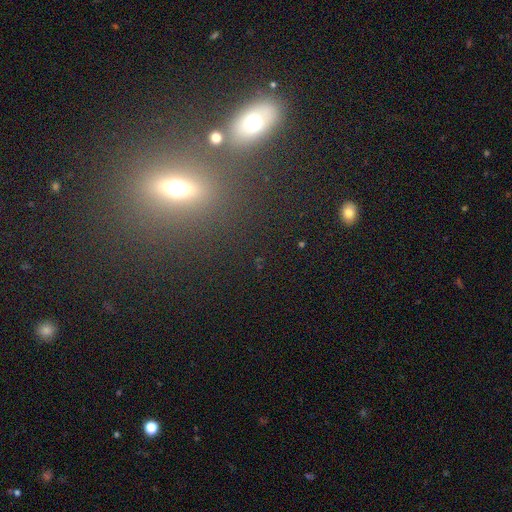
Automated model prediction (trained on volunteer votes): Q: Smooth or featured?
A: smooth (41%); runner-up: star or artifact (32%)
Q: Merging?
A: none (71%); runner-up: merger (12%)